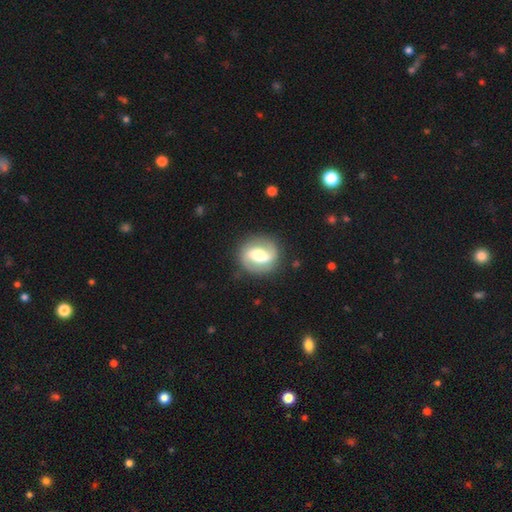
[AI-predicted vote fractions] Smooth or featured? featured or disk (74%)
Edge-on disk? no (97%)
Bar? strong (42%)
Spiral arms? yes (86%)
Spiral winding? medium (43%)
Spiral arm count? 2 (88%)
Bulge size? moderate (59%)
Merging? none (84%)